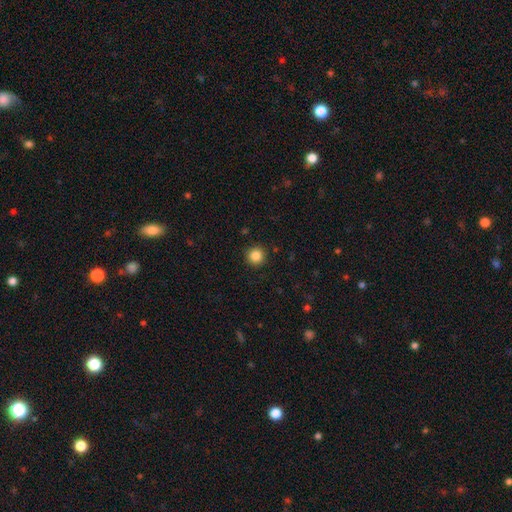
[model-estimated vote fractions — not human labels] This appears to be a smooth galaxy with no disk features (85%) that is round (95%). Merging: none (92%).